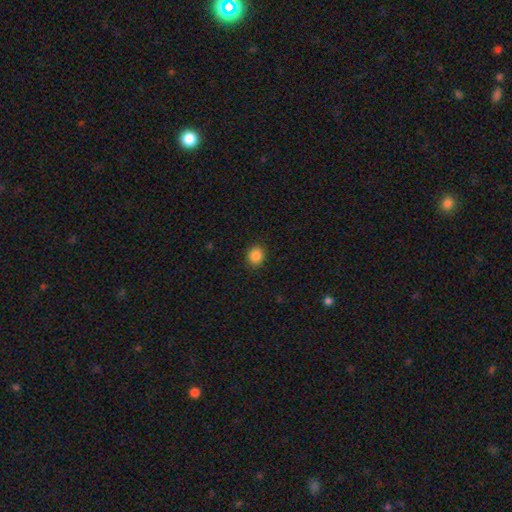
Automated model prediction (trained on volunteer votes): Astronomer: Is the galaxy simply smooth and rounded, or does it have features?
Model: smooth — 86%.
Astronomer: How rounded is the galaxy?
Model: round — 74%.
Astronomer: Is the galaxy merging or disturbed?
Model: none — 90%.